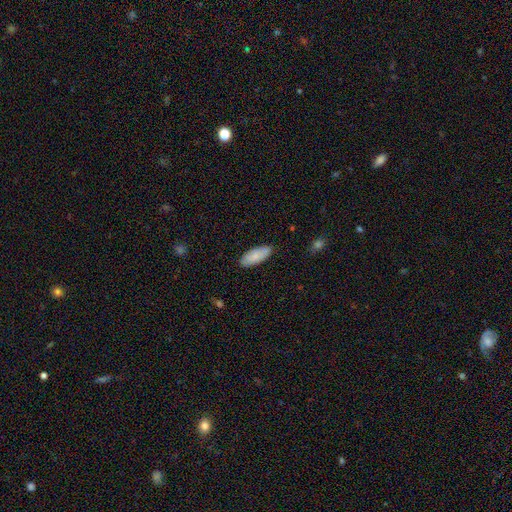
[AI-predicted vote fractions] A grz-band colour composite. It shows a smooth galaxy with no disk features (82%) that is in between round and cigar-shaped (83%). Merging: none (87%).